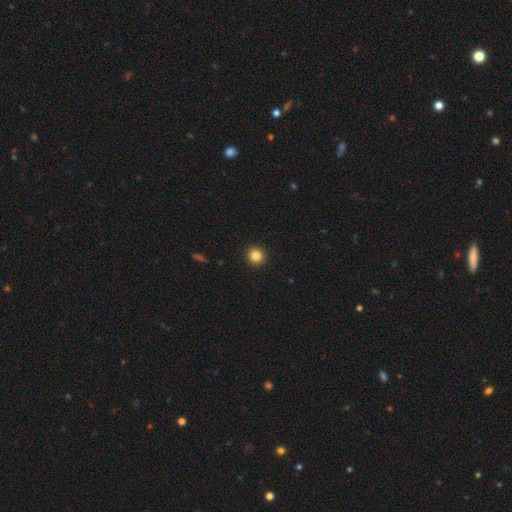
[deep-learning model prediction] The model was most divided on "smooth or featured": smooth: 85%, star or artifact: 11%, featured or disk: 4%. More confident: how rounded — round (94%); merging — none (93%).